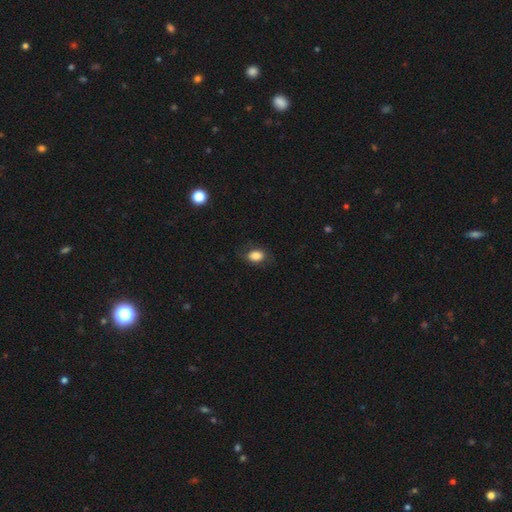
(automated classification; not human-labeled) A smooth galaxy with no disk features (83%) that is in between round and cigar-shaped (74%). Merging: none (77%).